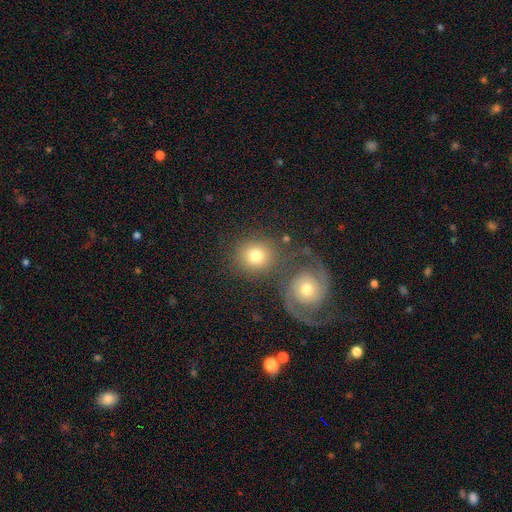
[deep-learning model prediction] smooth-or-featured: smooth: 69% | featured or disk: 21% | star or artifact: 10%
  how-rounded: round: 78% | in between: 20% | cigar-shaped: 1%
  merging: none: 60% | merger: 24% | minor disturbance: 10% | major disturbance: 6%